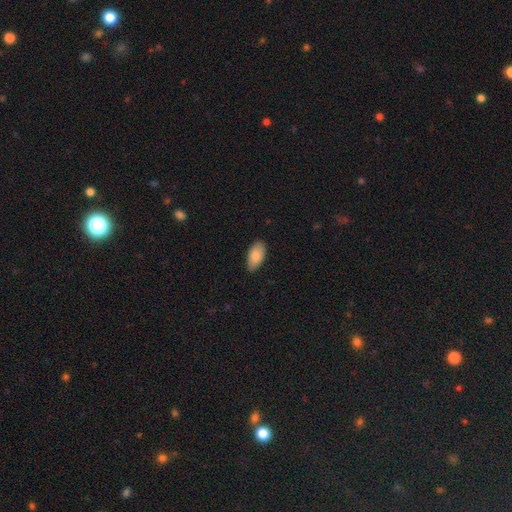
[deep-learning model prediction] smooth_or_featured: smooth (p=0.87) [alt: featured or disk p=0.07]
how_rounded: in between (p=0.95) [alt: cigar-shaped p=0.03]
merging: none (p=0.83) [alt: minor disturbance p=0.14]